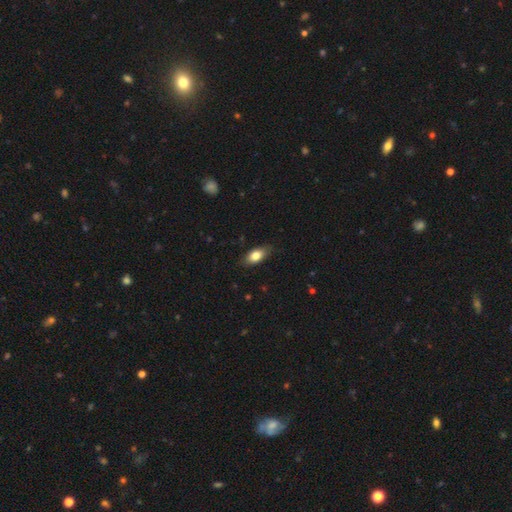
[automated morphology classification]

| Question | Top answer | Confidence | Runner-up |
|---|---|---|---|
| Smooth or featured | smooth | 79% | featured or disk (14%) |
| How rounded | in between | 88% | cigar-shaped (8%) |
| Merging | none | 83% | minor disturbance (13%) |